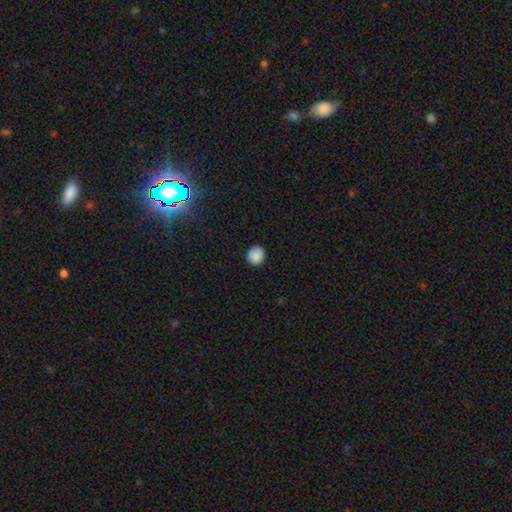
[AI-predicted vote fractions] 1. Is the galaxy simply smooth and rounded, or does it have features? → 87% smooth, 9% star or artifact, 4% featured or disk.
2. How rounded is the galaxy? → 85% round, 15% in between, 1% cigar-shaped.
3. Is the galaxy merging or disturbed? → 86% none, 10% minor disturbance, 2% major disturbance, 1% merger.